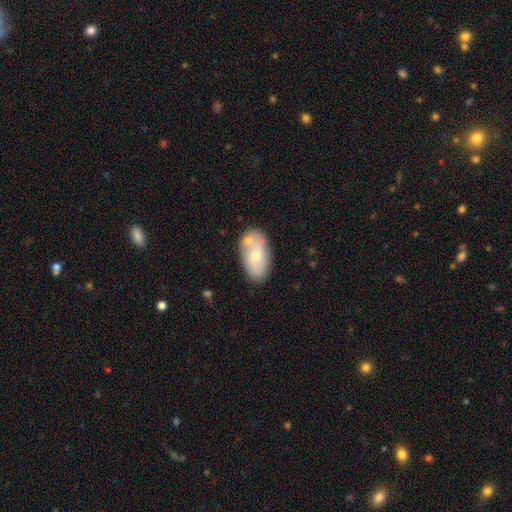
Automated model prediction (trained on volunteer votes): The model was most divided on "smooth or featured": smooth: 65%, featured or disk: 29%, star or artifact: 6%. More confident: how rounded — in between (93%); merging — none (62%).